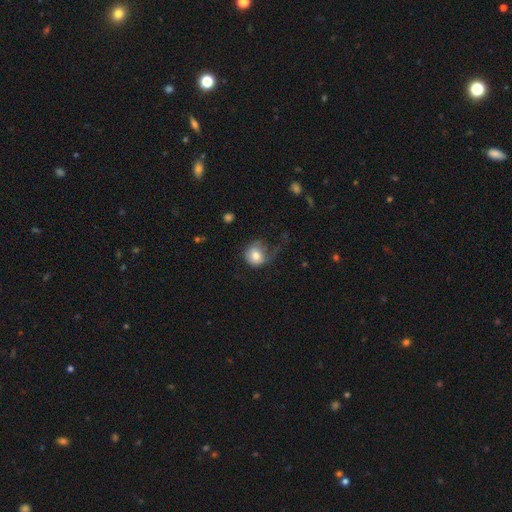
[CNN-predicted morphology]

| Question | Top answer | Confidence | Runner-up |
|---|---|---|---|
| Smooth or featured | smooth | 73% | featured or disk (18%) |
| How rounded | round | 81% | in between (18%) |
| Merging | major disturbance | 40% | none (32%) |